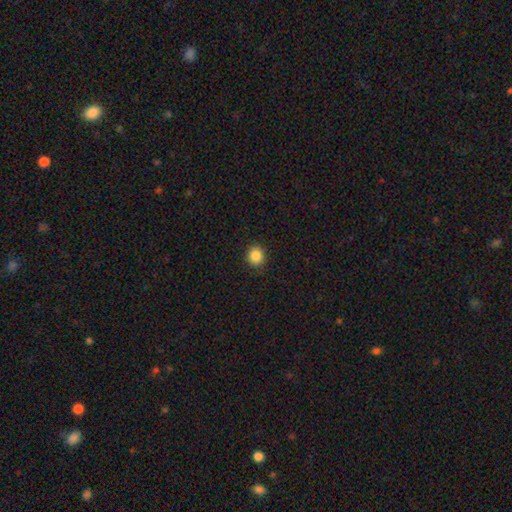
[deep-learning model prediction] A smooth galaxy with no disk features (87%) that is round (86%). Merging: none (90%).